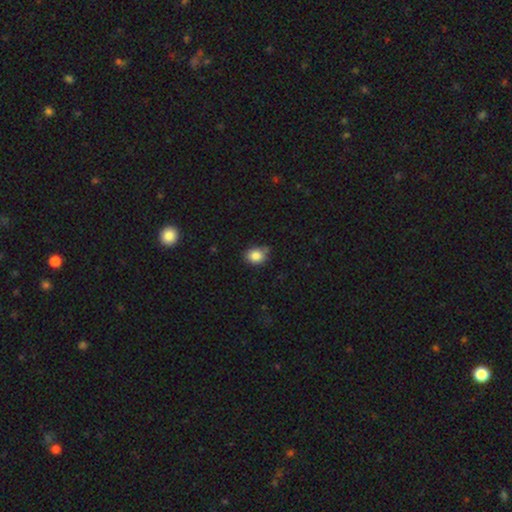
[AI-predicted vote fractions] Overall: smooth (84%). How rounded: round (51%; in between 48%). Merging: none (67%).